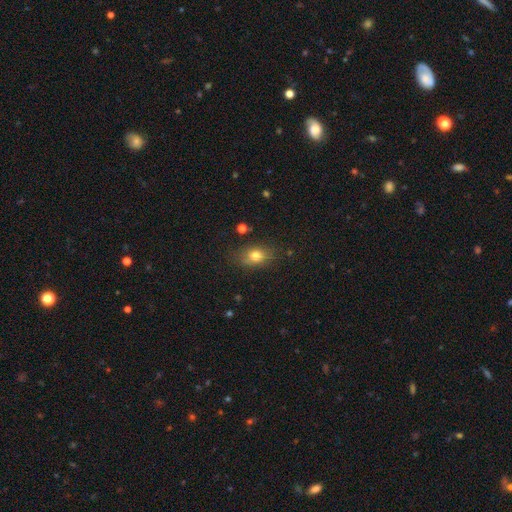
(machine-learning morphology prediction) This is likely a smooth galaxy (77%). How rounded: likely in between (74%). Merging: likely none (79%).